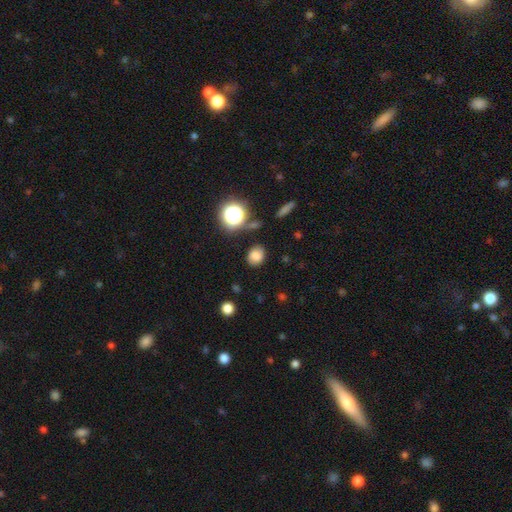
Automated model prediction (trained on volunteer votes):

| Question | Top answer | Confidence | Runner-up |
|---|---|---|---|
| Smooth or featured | smooth | 76% | star or artifact (15%) |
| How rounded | in between | 50% | round (48%) |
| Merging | none | 80% | minor disturbance (14%) |